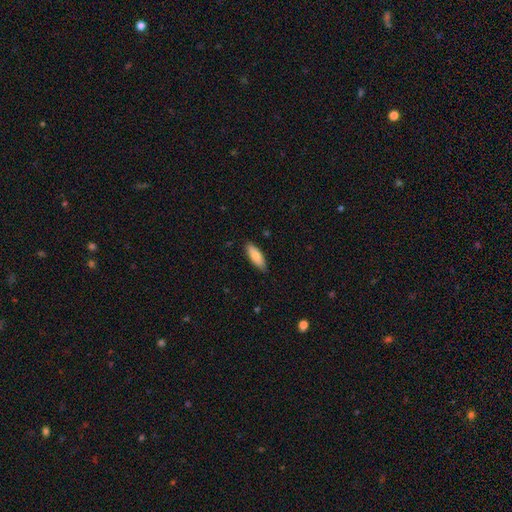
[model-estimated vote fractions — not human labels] smooth-or-featured: smooth: 79% | featured or disk: 15% | star or artifact: 6%
  how-rounded: in between: 63% | cigar-shaped: 35% | round: 2%
  merging: none: 85% | minor disturbance: 12% | major disturbance: 2% | merger: 1%